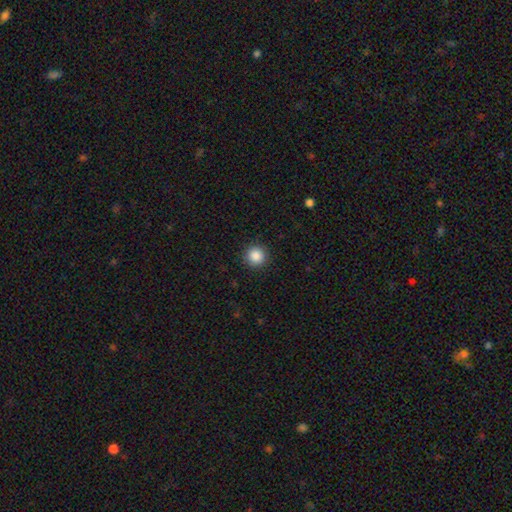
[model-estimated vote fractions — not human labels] Overall: smooth (87%). How rounded: round (95%). Merging: none (92%).